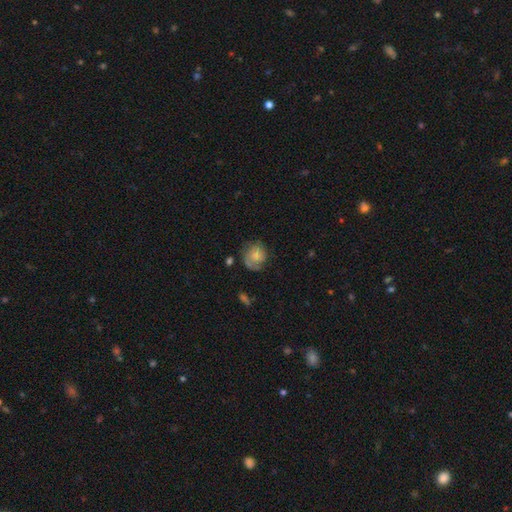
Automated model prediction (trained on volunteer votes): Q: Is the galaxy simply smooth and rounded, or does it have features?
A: featured or disk — 51%.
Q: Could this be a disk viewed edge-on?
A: no — 97%.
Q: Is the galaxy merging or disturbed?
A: none — 64%.